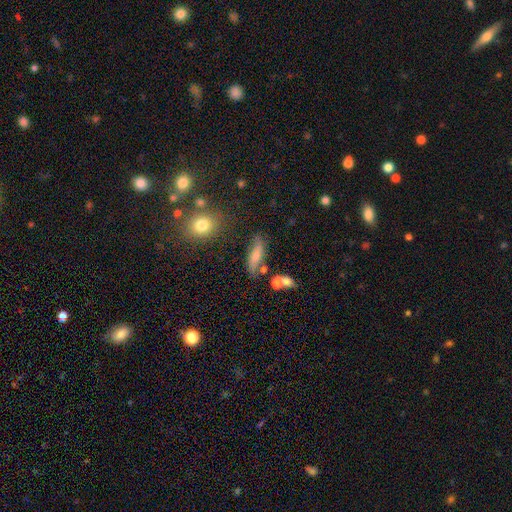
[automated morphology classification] smooth_or_featured: smooth (p=0.51) [alt: featured or disk p=0.37]
how_rounded: cigar-shaped (p=0.47) [alt: in between p=0.46]
merging: none (p=0.67) [alt: minor disturbance p=0.17]